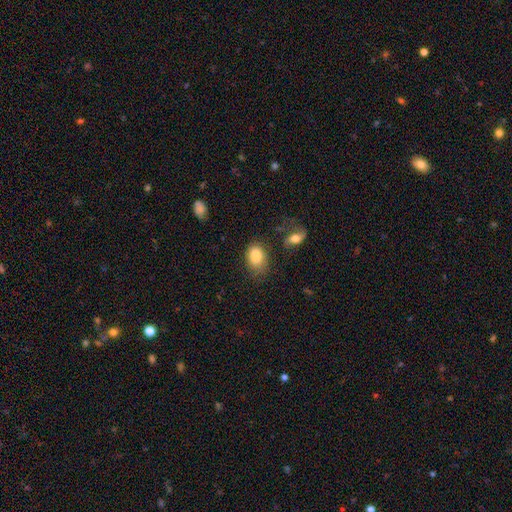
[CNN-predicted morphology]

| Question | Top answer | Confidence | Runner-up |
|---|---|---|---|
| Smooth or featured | smooth | 84% | featured or disk (8%) |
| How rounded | in between | 79% | round (19%) |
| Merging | none | 64% | minor disturbance (22%) |